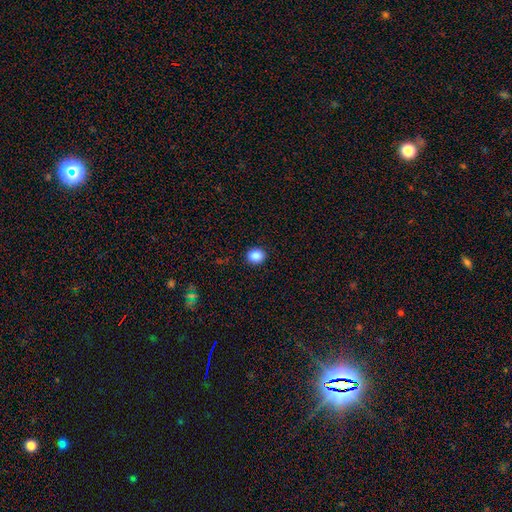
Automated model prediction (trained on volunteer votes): This appears to be a smooth galaxy with no disk features (88%) that is round (67%). Merging: none (91%).